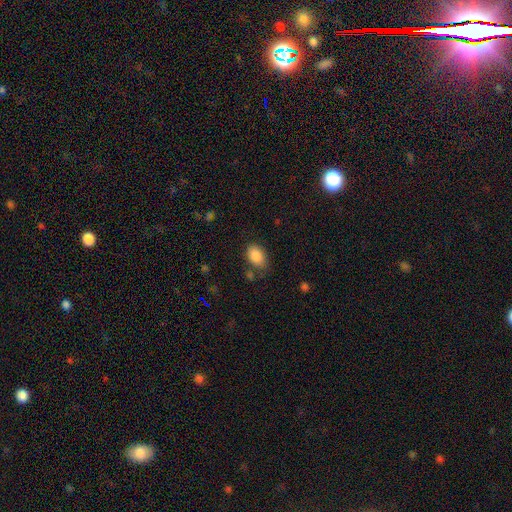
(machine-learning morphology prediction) A smooth galaxy with no disk features (88%) that is in between round and cigar-shaped (87%).

Vote fractions:
- Smooth or featured? smooth: 88% / star or artifact: 8% / featured or disk: 4%
- How rounded? in between: 87% / round: 12% / cigar-shaped: 1%
- Merging? none: 73% / minor disturbance: 18% / major disturbance: 5% / merger: 3%